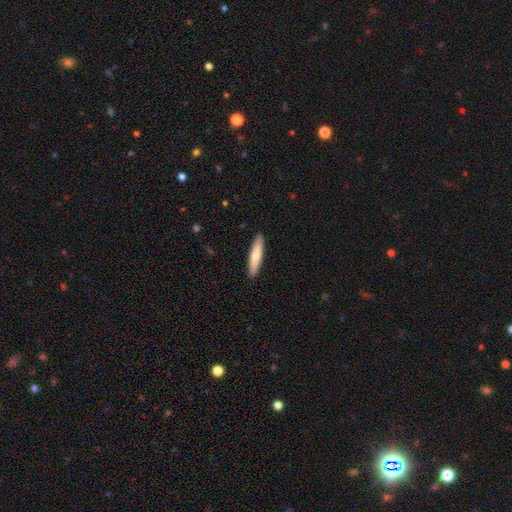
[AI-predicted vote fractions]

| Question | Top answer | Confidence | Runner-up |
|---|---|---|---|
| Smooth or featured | smooth | 75% | featured or disk (20%) |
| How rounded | cigar-shaped | 87% | in between (12%) |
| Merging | none | 91% | minor disturbance (6%) |